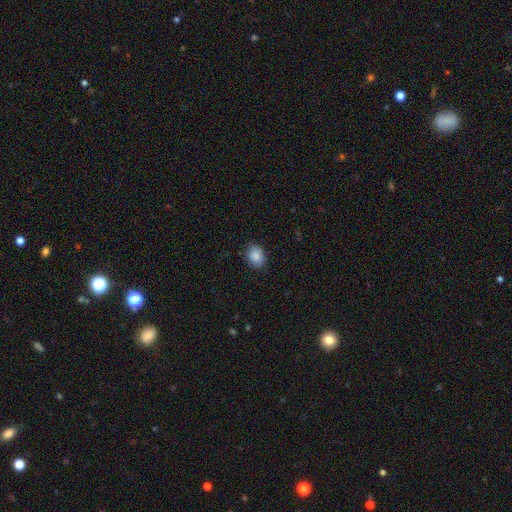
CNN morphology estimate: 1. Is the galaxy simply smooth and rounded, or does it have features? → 88% smooth, 8% star or artifact, 4% featured or disk.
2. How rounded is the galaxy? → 61% in between, 38% round, 1% cigar-shaped.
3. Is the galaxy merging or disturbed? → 84% none, 12% minor disturbance, 3% major disturbance, 1% merger.